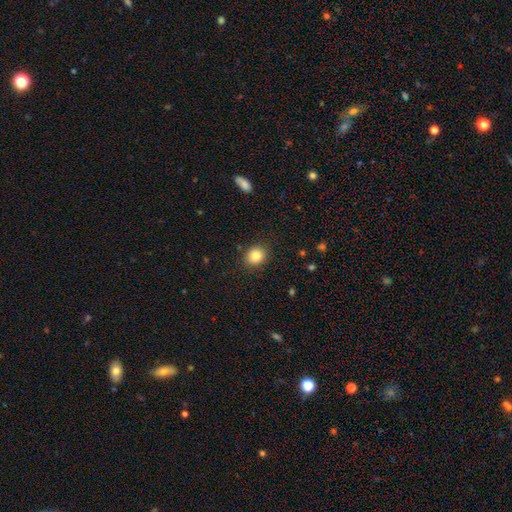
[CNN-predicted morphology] Smooth or featured?
  - smooth: 83% *
  - star or artifact: 10%
  - featured or disk: 6%
How rounded?
  - round: 71% *
  - in between: 28%
  - cigar-shaped: 1%
Merging?
  - none: 88% *
  - minor disturbance: 8%
  - major disturbance: 2%
  - merger: 1%